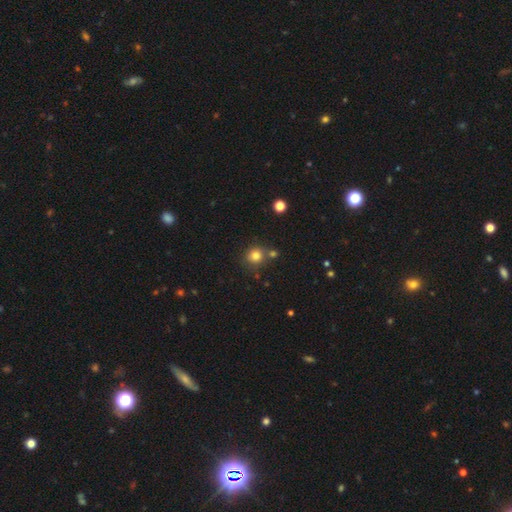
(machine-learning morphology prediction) type=smooth (80%); roundness=round (89%); merging=none (71%).